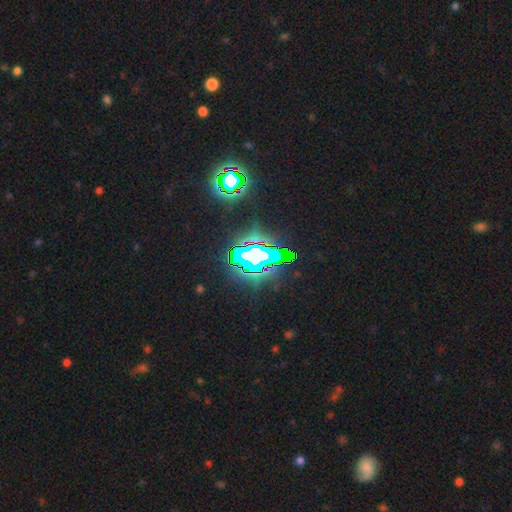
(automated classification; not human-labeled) Smooth or featured? star or artifact (68%)